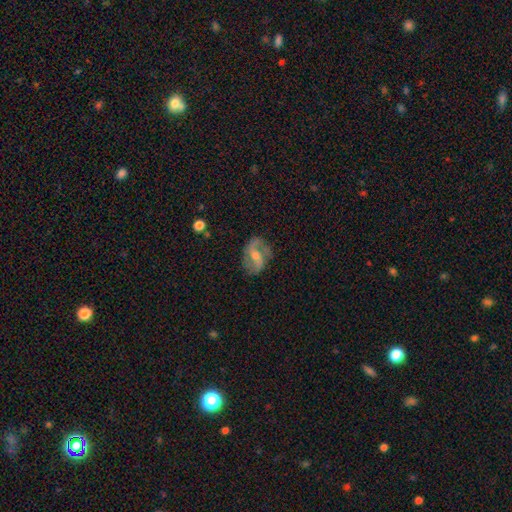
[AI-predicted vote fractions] Overall: featured or disk (78%). Edge-on disk: no (97%). Bar: weak (47%; no 27%). Spiral arms: yes (92%). Spiral arm count: 2 (85%). Spiral winding: medium (44%; loose 39%). Bulge size: moderate (49%; small 42%). Merging: none (74%).